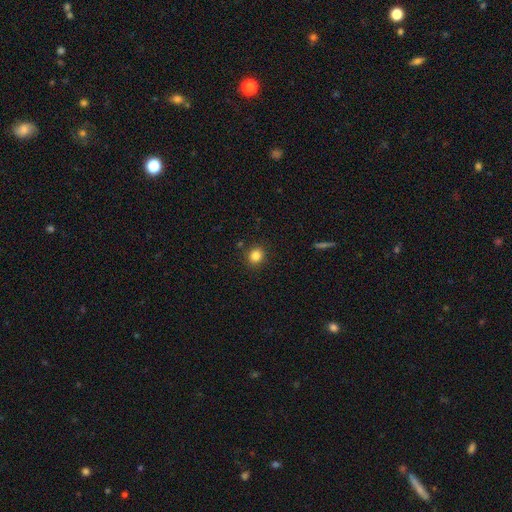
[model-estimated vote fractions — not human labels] Smooth or featured: smooth — 83% (star or artifact — 11%)
How rounded: round — 82% (in between — 17%)
Merging: none — 89% (minor disturbance — 7%)